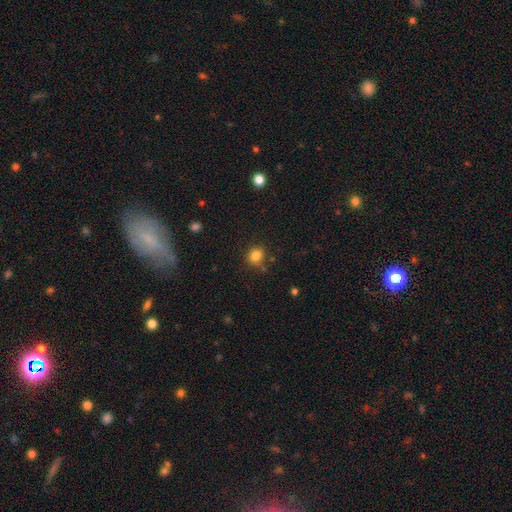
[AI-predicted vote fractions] Q: Smooth or featured?
A: smooth (83%); runner-up: star or artifact (12%)
Q: How rounded?
A: round (71%); runner-up: in between (28%)
Q: Merging?
A: none (78%); runner-up: minor disturbance (13%)